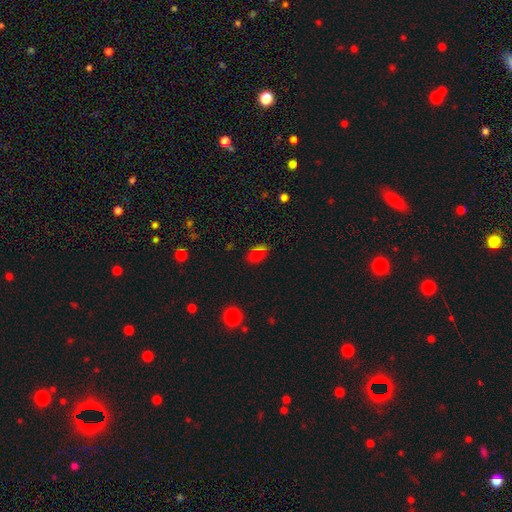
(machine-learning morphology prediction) Overall: smooth (60%; star or artifact 31%). How rounded: in between (75%). Merging: none (74%).